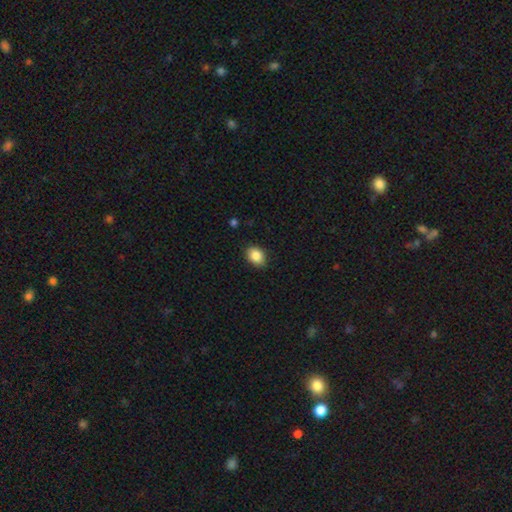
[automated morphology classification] Smooth or featured?
  - smooth: 87% *
  - star or artifact: 8%
  - featured or disk: 5%
How rounded?
  - in between: 68% *
  - round: 31%
  - cigar-shaped: 1%
Merging?
  - none: 85% *
  - minor disturbance: 11%
  - major disturbance: 2%
  - merger: 1%